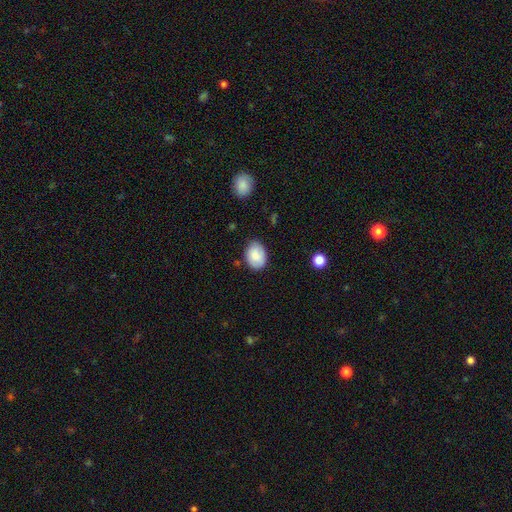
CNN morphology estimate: The model was most divided on "how rounded": in between: 73%, round: 26%, cigar-shaped: 1%. More confident: smooth or featured — smooth (82%); merging — none (76%).